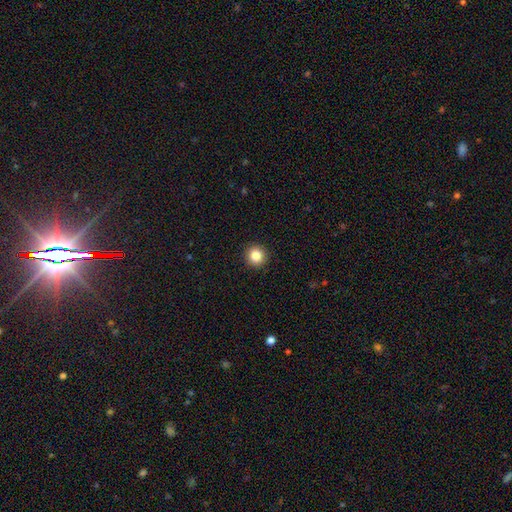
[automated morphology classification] Smooth or featured: smooth — 85% (star or artifact — 10%)
How rounded: round — 94% (in between — 5%)
Merging: none — 93% (minor disturbance — 5%)